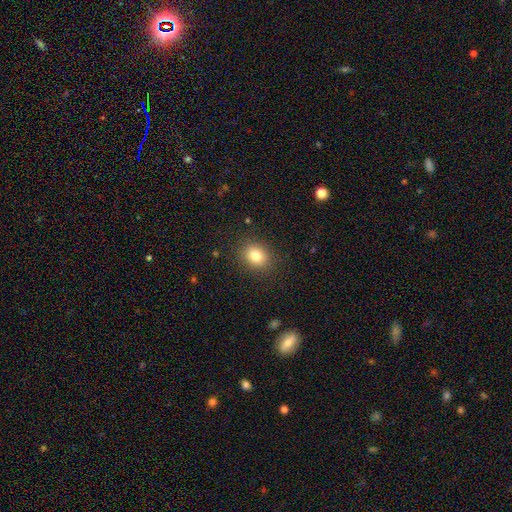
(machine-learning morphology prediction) Q: Smooth or featured?
A: smooth (82%); runner-up: star or artifact (11%)
Q: How rounded?
A: round (59%); runner-up: in between (40%)
Q: Merging?
A: none (88%); runner-up: minor disturbance (8%)